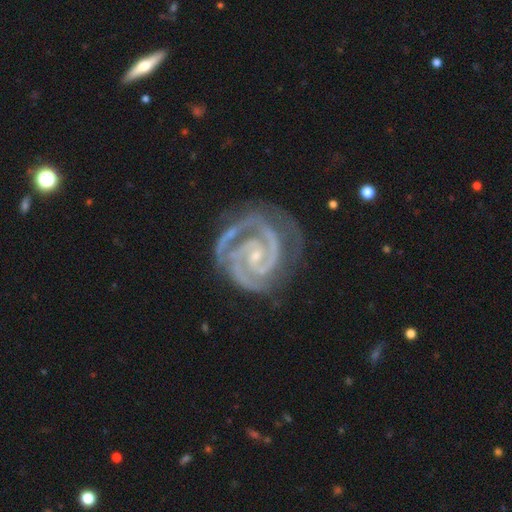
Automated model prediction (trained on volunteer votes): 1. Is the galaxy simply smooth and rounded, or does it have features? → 94% featured or disk, 4% star or artifact, 2% smooth.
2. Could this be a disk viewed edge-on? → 98% no, 2% yes.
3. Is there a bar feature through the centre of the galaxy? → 48% no, 32% weak, 20% strong.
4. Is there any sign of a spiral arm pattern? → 99% yes, 1% no.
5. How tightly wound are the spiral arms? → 74% tight, 24% medium, 2% loose.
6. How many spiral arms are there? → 76% 2, 13% 3, 3% can't tell, 2% 4, 2% 1, 2% more than 4.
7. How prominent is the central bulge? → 78% small, 16% moderate, 4% none, 1% large, 1% dominant.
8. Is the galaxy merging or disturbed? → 67% none, 21% minor disturbance, 10% major disturbance, 2% merger.